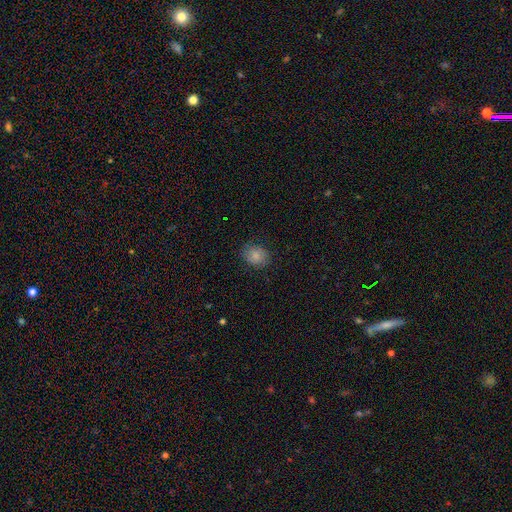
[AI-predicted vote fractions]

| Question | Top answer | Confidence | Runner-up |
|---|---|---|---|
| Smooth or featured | smooth | 85% | star or artifact (9%) |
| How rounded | round | 62% | in between (37%) |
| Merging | none | 81% | minor disturbance (14%) |